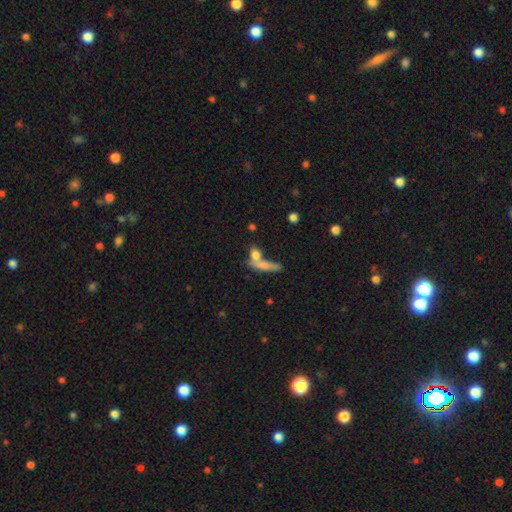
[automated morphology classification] A smooth galaxy with no disk features (71%) that is in between round and cigar-shaped (41%).

Vote fractions:
- Smooth or featured? smooth: 71% / featured or disk: 19% / star or artifact: 10%
- How rounded? in between: 41% / cigar-shaped: 40% / round: 18%
- Merging? none: 43% / merger: 39% / minor disturbance: 11% / major disturbance: 7%